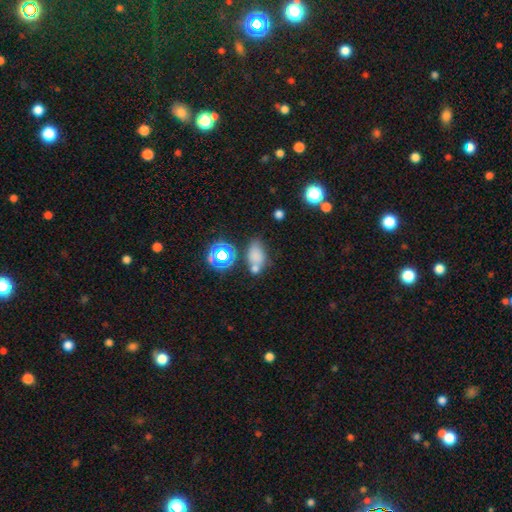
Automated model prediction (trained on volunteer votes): Smooth or featured? Predicted: smooth (p=0.69). How rounded? Predicted: in between (p=0.80). Merging? Predicted: none (p=0.46).